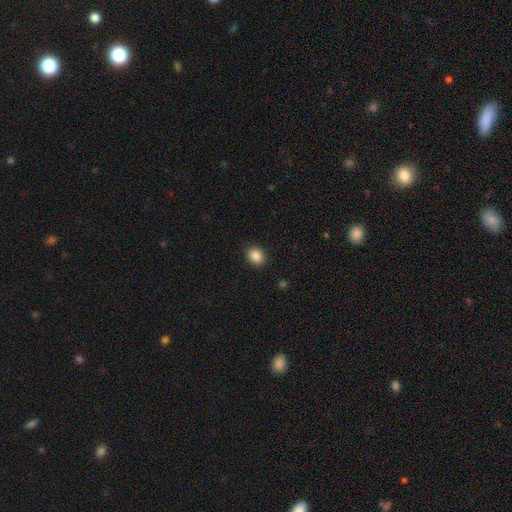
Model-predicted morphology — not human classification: type=smooth (88%); roundness=round (55%); merging=none (89%).